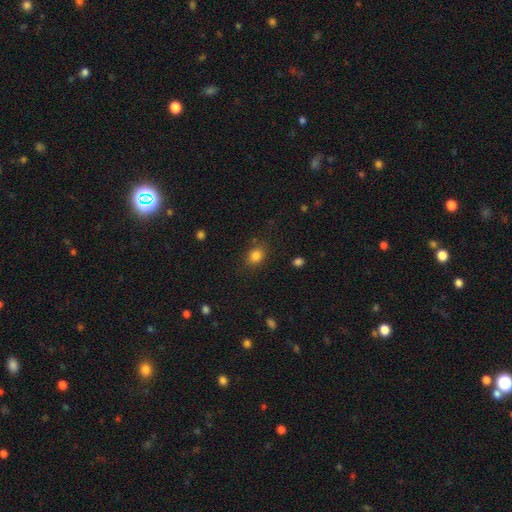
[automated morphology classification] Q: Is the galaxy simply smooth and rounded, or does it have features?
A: smooth — 84%.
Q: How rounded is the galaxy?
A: in between — 56%.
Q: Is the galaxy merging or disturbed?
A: none — 81%.